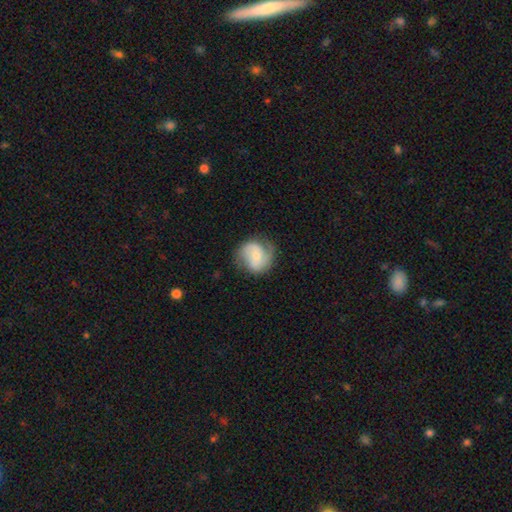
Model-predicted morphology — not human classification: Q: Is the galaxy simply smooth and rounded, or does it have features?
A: featured or disk — 53%.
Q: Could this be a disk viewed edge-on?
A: no — 97%.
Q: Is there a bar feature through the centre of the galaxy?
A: no — 56%.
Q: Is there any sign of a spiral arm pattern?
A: yes — 86%.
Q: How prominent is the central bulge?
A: small — 53%.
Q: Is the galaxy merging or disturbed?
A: none — 63%.